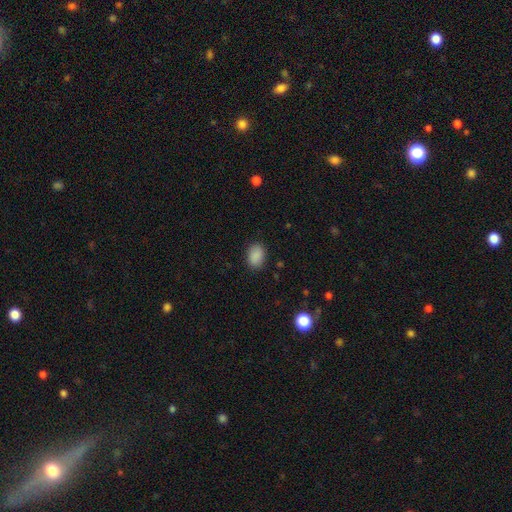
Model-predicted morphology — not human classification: Smooth or featured: smooth — 88% (star or artifact — 9%)
How rounded: in between — 77% (round — 22%)
Merging: none — 86% (minor disturbance — 10%)